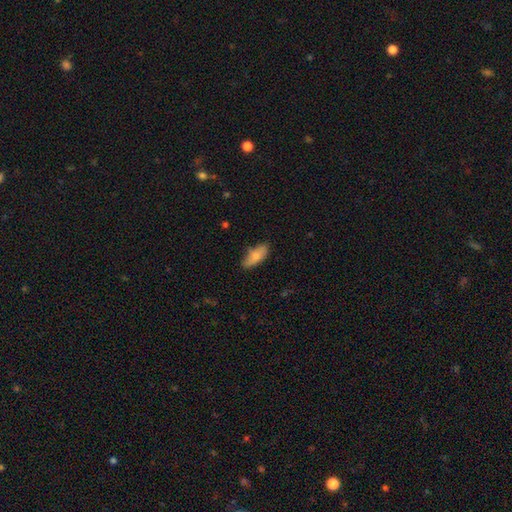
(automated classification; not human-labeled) The model was most divided on "merging": none: 71%, minor disturbance: 23%, major disturbance: 4%, merger: 2%. More confident: smooth or featured — smooth (79%); how rounded — in between (77%).